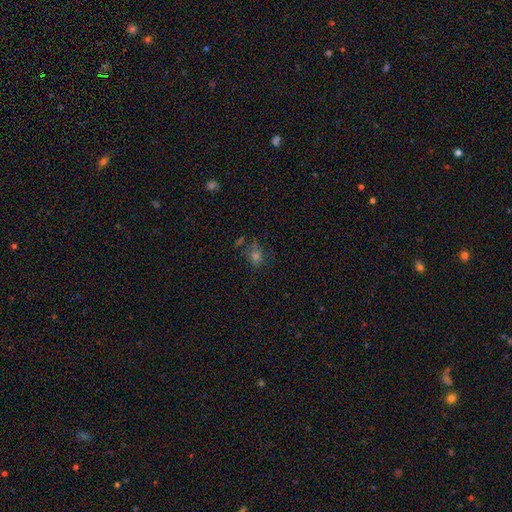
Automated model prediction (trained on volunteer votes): This is possibly a smooth galaxy (50%). How rounded: possibly round (58%). Merging: likely none (63%).